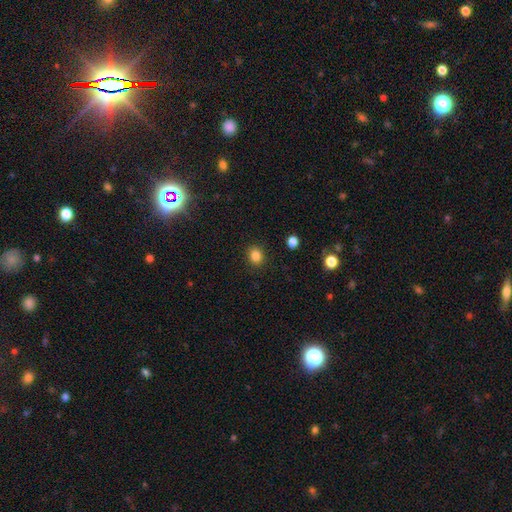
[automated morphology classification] Q: Smooth or featured?
A: smooth (84%); runner-up: star or artifact (12%)
Q: How rounded?
A: round (73%); runner-up: in between (27%)
Q: Merging?
A: none (89%); runner-up: minor disturbance (7%)